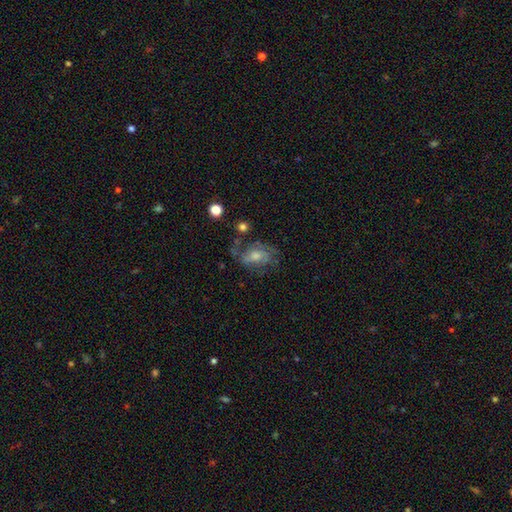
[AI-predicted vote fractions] A featured or disk galaxy (68%) with no bar (52%), 2 (49%) medium (47%) spiral arms (83%) and a moderate central bulge (55%).

Vote fractions:
- Smooth or featured? featured or disk: 68% / smooth: 19% / star or artifact: 13%
- Edge-on disk? no: 96% / yes: 4%
- Bar? no: 52% / weak: 39% / strong: 9%
- Spiral arms? yes: 83% / no: 17%
- Spiral winding? medium: 47% / tight: 28% / loose: 25%
- Spiral arm count? 2: 49% / can't tell: 28% / 3: 10% / 1: 7% / 4: 3% / more than 4: 3%
- Bulge size? moderate: 55% / small: 29% / large: 9% / none: 5% / dominant: 2%
- Merging? none: 56% / minor disturbance: 20% / major disturbance: 19% / merger: 5%